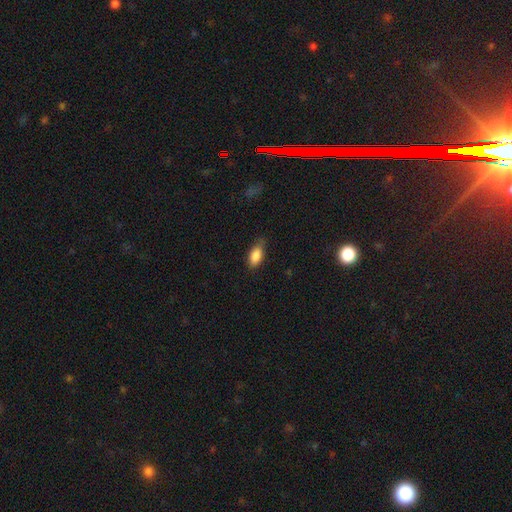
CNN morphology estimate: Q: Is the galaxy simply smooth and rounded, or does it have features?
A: smooth — 87%.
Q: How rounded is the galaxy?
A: in between — 88%.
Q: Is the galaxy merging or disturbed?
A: none — 65%.